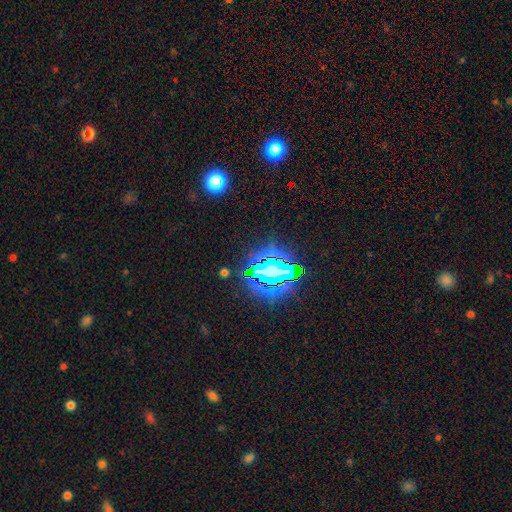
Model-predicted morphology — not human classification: This is clearly a star or artifact rather than a galaxy (81%).